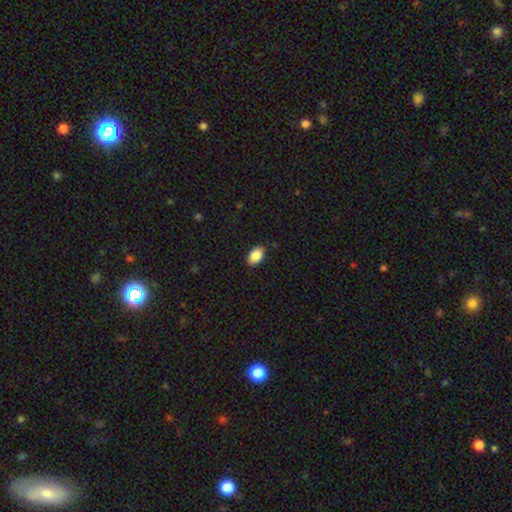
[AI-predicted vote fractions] smooth_or_featured: smooth (p=0.88) [alt: star or artifact p=0.07]
how_rounded: in between (p=0.92) [alt: round p=0.07]
merging: none (p=0.86) [alt: minor disturbance p=0.10]